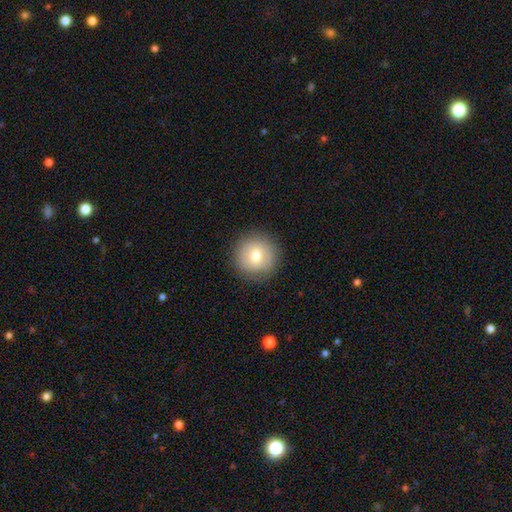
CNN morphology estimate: type=smooth (74%); roundness=round (95%); merging=none (89%).